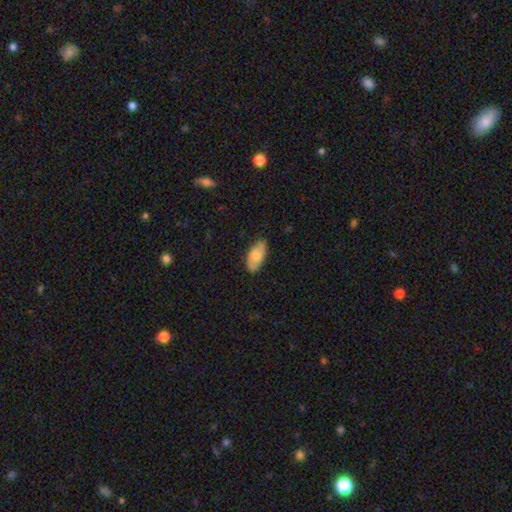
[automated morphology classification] smooth_or_featured: smooth (p=0.74) [alt: featured or disk p=0.20]
how_rounded: in between (p=0.91) [alt: cigar-shaped p=0.06]
merging: none (p=0.75) [alt: minor disturbance p=0.20]